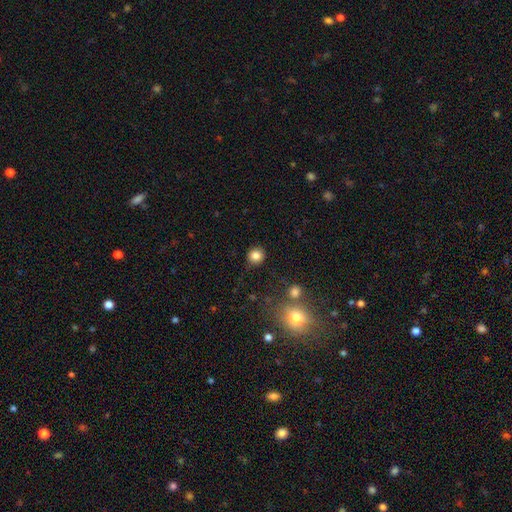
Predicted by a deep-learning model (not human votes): smooth_or_featured: smooth (p=0.83) [alt: star or artifact p=0.12]
how_rounded: round (p=0.90) [alt: in between p=0.09]
merging: none (p=0.87) [alt: minor disturbance p=0.08]